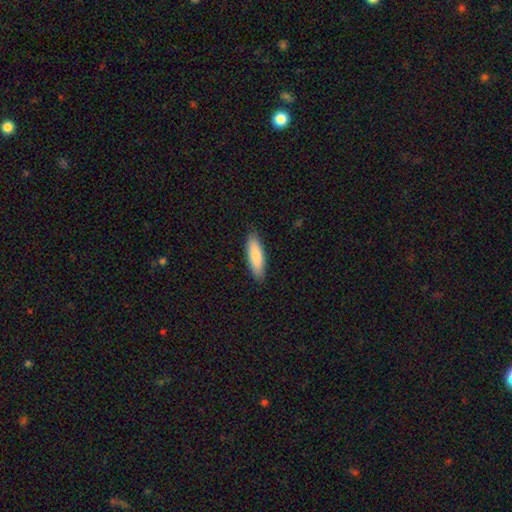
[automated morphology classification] Smooth or featured?
  - smooth: 81% *
  - featured or disk: 13%
  - star or artifact: 5%
How rounded?
  - cigar-shaped: 54% *
  - in between: 44%
  - round: 2%
Merging?
  - none: 88% *
  - minor disturbance: 9%
  - major disturbance: 2%
  - merger: 1%